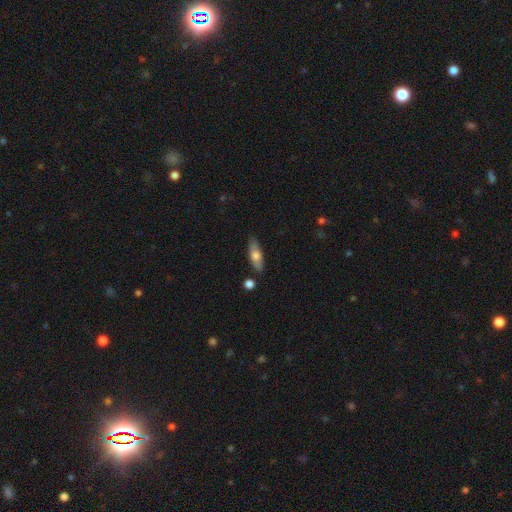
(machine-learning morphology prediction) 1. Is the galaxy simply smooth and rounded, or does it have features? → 63% smooth, 31% featured or disk, 6% star or artifact.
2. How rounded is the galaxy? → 61% in between, 36% cigar-shaped, 3% round.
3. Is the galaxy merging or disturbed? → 82% none, 12% minor disturbance, 3% merger, 2% major disturbance.